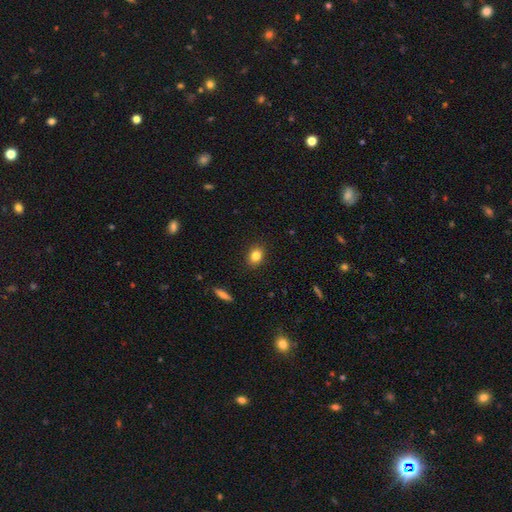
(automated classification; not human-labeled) Smooth or featured?
  - smooth: 83% *
  - star or artifact: 10%
  - featured or disk: 7%
How rounded?
  - in between: 61% *
  - round: 37%
  - cigar-shaped: 2%
Merging?
  - none: 88% *
  - minor disturbance: 9%
  - major disturbance: 2%
  - merger: 1%